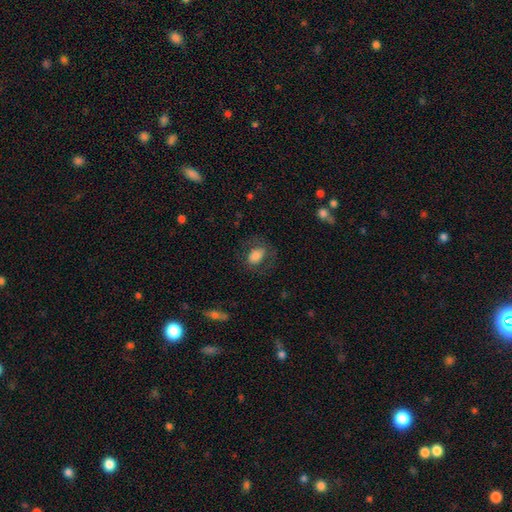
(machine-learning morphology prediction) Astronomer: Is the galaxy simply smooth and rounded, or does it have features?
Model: smooth — 73%.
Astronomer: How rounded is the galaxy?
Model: in between — 82%.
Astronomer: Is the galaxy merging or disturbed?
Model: none — 67%.